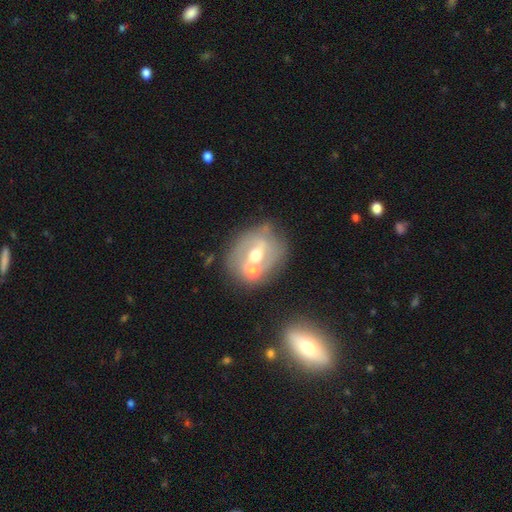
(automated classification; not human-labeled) This is possibly a featured or disk galaxy (60%). It is clearly not viewed edge-on (94%). Bar: possibly no (46%). Spiral arm pattern: likely no (69%). Central bulge: likely moderate (71%). Merging: possibly none (48%).